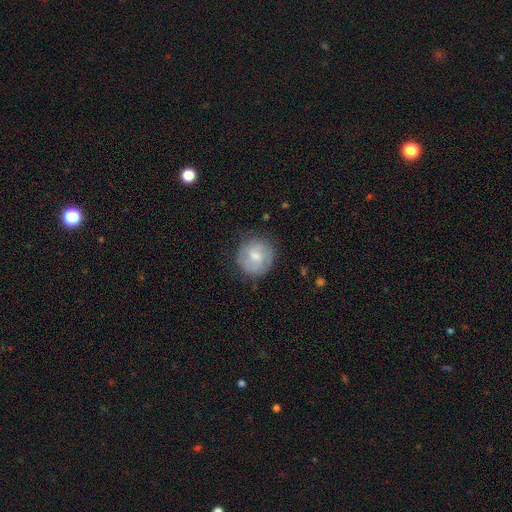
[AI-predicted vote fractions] smooth-or-featured: smooth: 62% | featured or disk: 32% | star or artifact: 6%
  how-rounded: round: 90% | in between: 9% | cigar-shaped: 1%
  merging: none: 76% | minor disturbance: 18% | major disturbance: 5% | merger: 1%